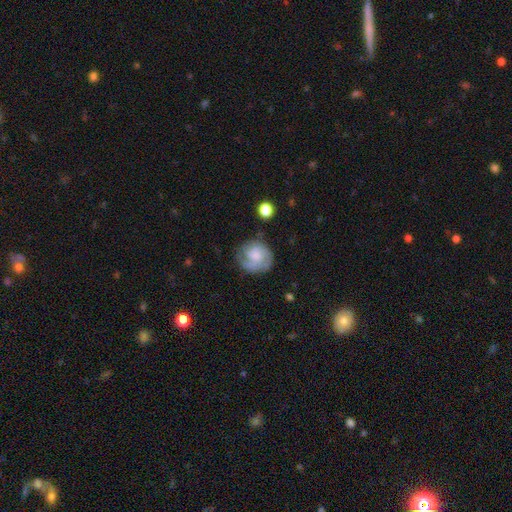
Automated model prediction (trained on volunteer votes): Smooth or featured?
  - featured or disk: 67% *
  - smooth: 26%
  - star or artifact: 7%
Edge-on disk?
  - no: 98% *
  - yes: 2%
Bar?
  - no: 67% *
  - weak: 29%
  - strong: 4%
Spiral arms?
  - yes: 91% *
  - no: 9%
Spiral winding?
  - tight: 49% *
  - medium: 38%
  - loose: 13%
Spiral arm count?
  - 2: 44% *
  - can't tell: 21%
  - 3: 17%
  - 1: 12%
  - 4: 3%
  - more than 4: 3%
Bulge size?
  - small: 50% *
  - moderate: 27%
  - none: 16%
  - large: 5%
  - dominant: 2%
Merging?
  - none: 68% *
  - minor disturbance: 20%
  - major disturbance: 10%
  - merger: 2%